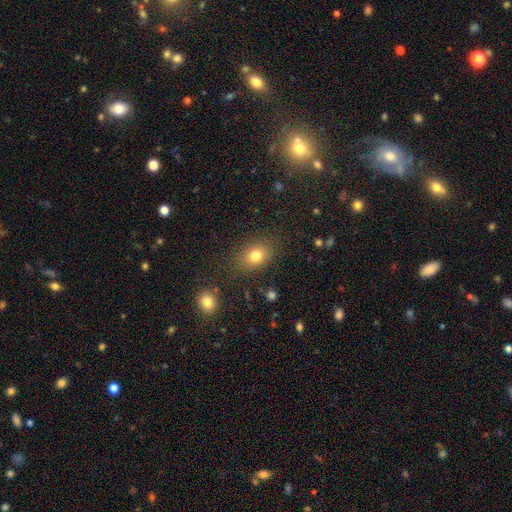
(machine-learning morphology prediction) Smooth or featured? Predicted: smooth (p=0.79). How rounded? Predicted: in between (p=0.65). Merging? Predicted: none (p=0.81).